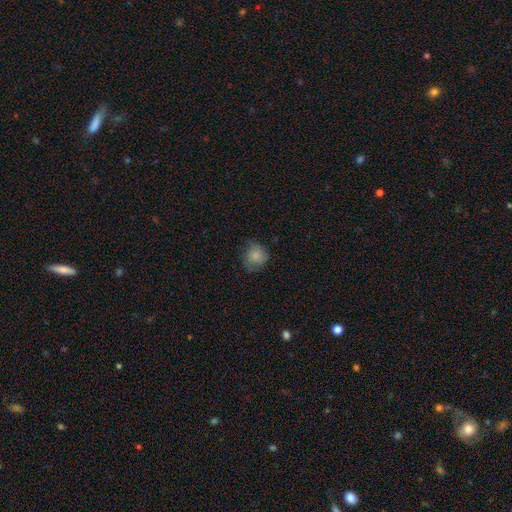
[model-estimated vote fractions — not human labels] smooth 81%, featured or disk 11%, star or artifact 9%. Down the decision tree: how rounded — round (81%); merging — none (64%).